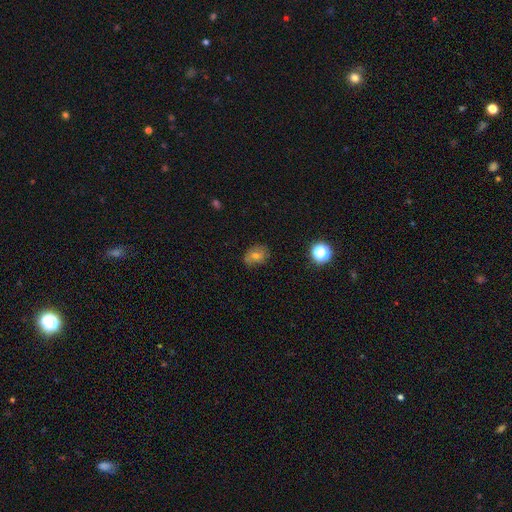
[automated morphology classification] Overall: smooth (57%; featured or disk 24%). How rounded: in between (51%; round 47%). Merging: none (74%).